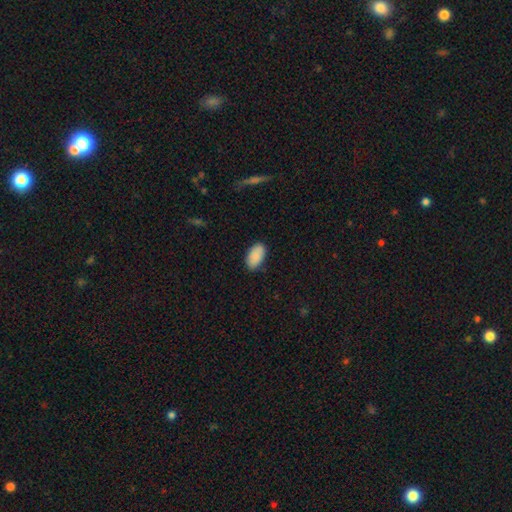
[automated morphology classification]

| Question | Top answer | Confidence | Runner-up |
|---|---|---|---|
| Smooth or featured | smooth | 90% | star or artifact (6%) |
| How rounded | in between | 95% | round (3%) |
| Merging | none | 84% | minor disturbance (12%) |